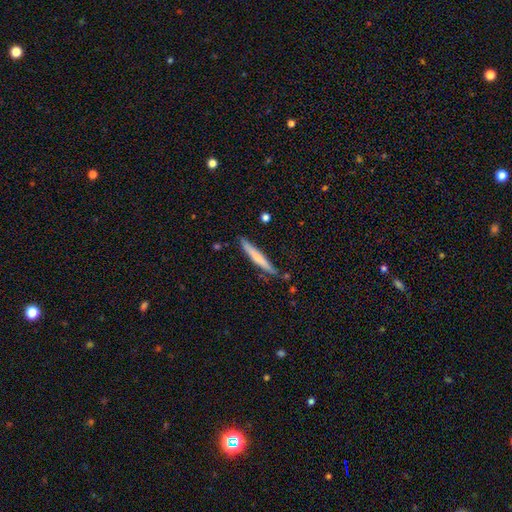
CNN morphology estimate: smooth_or_featured: smooth (p=0.55) [alt: featured or disk p=0.39]
how_rounded: cigar-shaped (p=0.95) [alt: in between p=0.03]
merging: none (p=0.83) [alt: minor disturbance p=0.13]